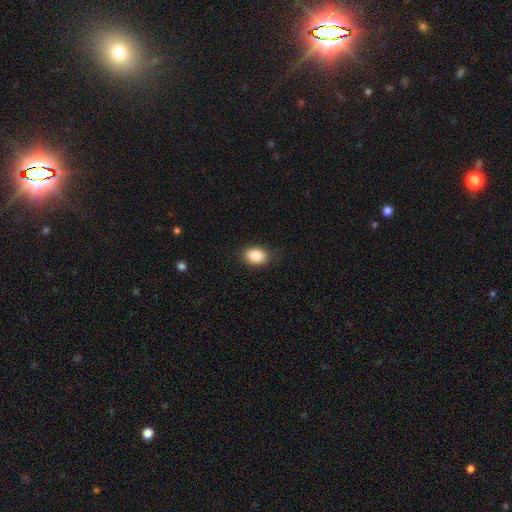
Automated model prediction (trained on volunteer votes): The model was most divided on "how rounded": in between: 77%, round: 22%, cigar-shaped: 1%. More confident: smooth or featured — smooth (86%); merging — none (84%).